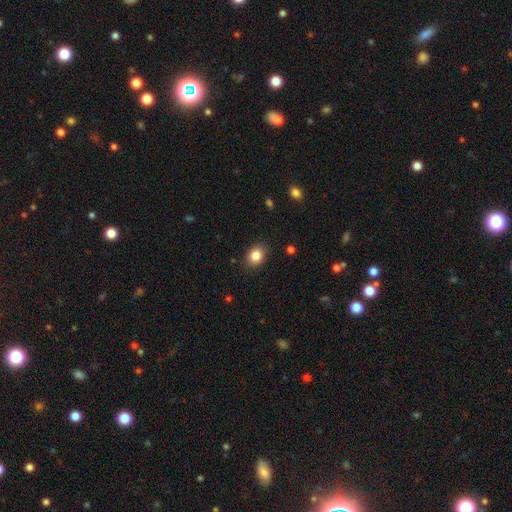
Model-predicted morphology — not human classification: Smooth or featured: smooth — 84% (star or artifact — 9%)
How rounded: in between — 57% (round — 42%)
Merging: none — 87% (minor disturbance — 9%)